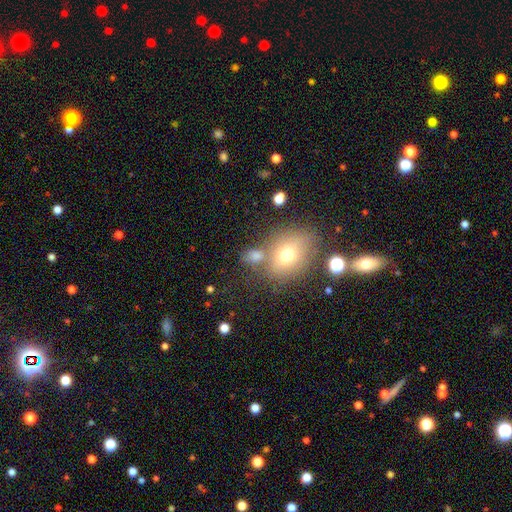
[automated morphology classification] Smooth or featured? Predicted: smooth (p=0.70). How rounded? Predicted: in between (p=0.53). Merging? Predicted: none (p=0.52).